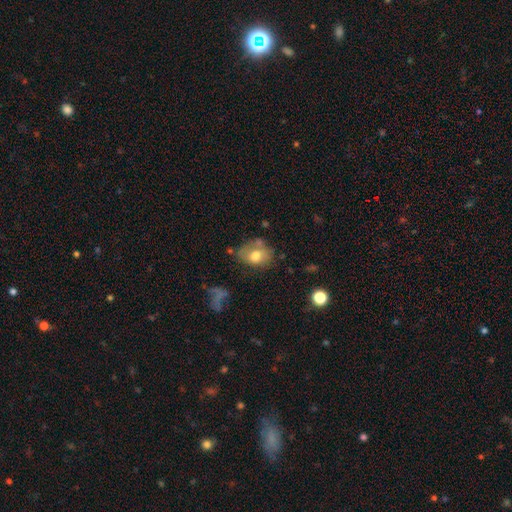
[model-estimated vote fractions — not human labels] A smooth galaxy with no disk features (67%) that is in between round and cigar-shaped (70%).

Vote fractions:
- Smooth or featured? smooth: 67% / featured or disk: 24% / star or artifact: 9%
- How rounded? in between: 70% / round: 28% / cigar-shaped: 1%
- Merging? none: 42% / minor disturbance: 29% / major disturbance: 16% / merger: 13%